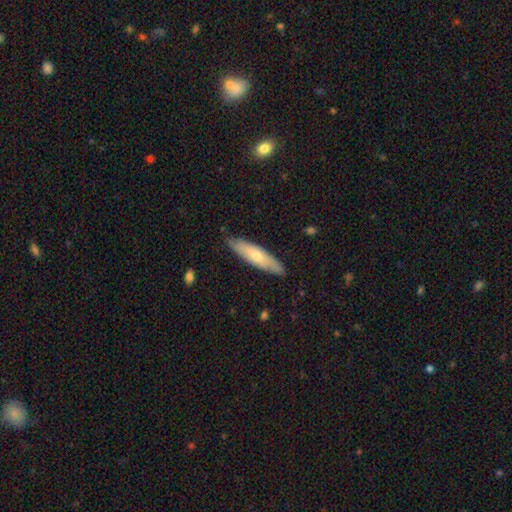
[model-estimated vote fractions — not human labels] Overall: smooth (55%; featured or disk 40%). How rounded: cigar-shaped (74%). Merging: none (85%).